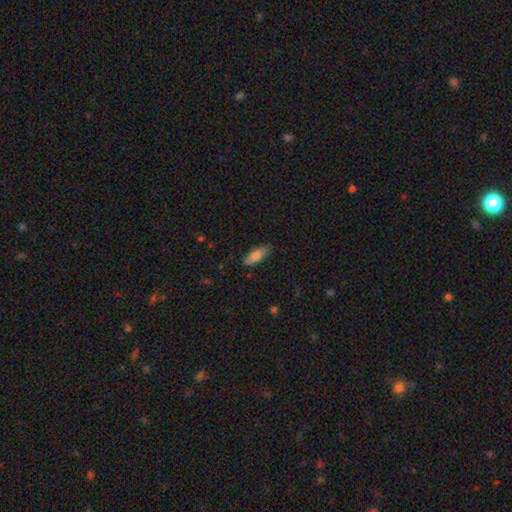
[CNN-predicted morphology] smooth-or-featured: smooth: 81% | featured or disk: 13% | star or artifact: 6%
  how-rounded: in between: 68% | cigar-shaped: 30% | round: 2%
  merging: none: 84% | minor disturbance: 12% | major disturbance: 2% | merger: 1%